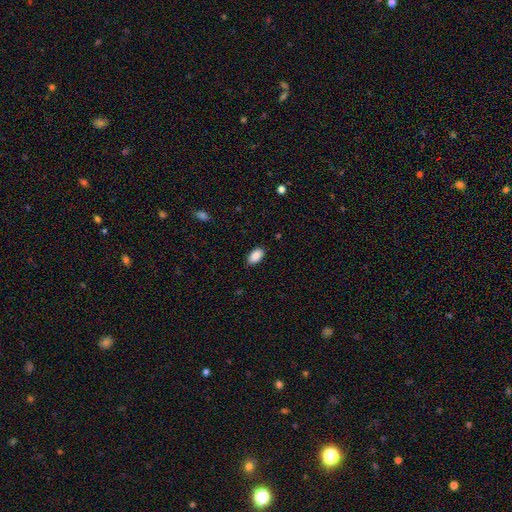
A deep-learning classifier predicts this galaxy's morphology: type=smooth (90%); roundness=in between (94%); merging=none (87%).